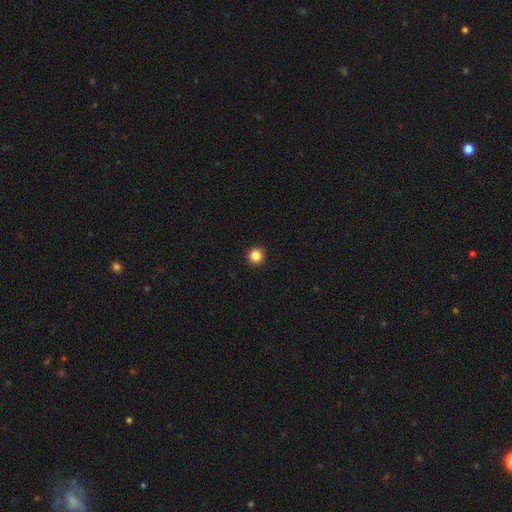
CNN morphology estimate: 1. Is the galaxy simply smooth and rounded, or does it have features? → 86% smooth, 11% star or artifact, 3% featured or disk.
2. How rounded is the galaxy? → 97% round, 2% in between, 1% cigar-shaped.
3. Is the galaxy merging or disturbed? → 94% none, 4% minor disturbance, 1% major disturbance, 1% merger.